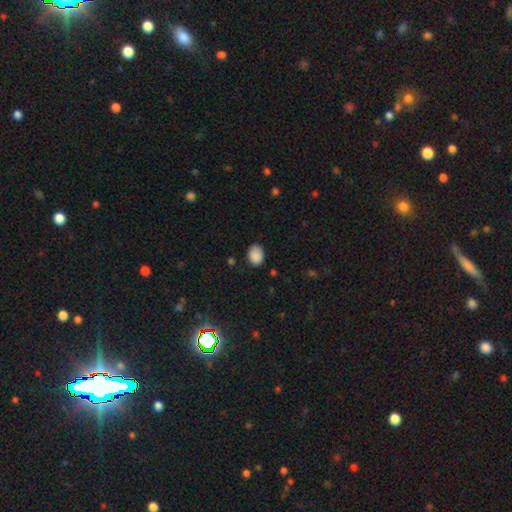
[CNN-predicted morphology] A smooth galaxy with no disk features (88%) that is in between round and cigar-shaped (72%). Merging: none (78%).